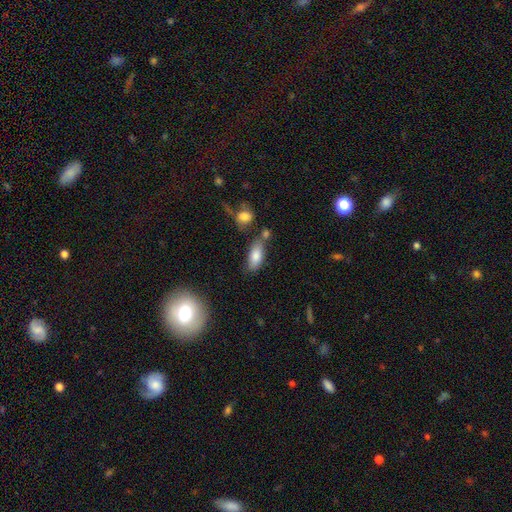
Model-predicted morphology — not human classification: Smooth or featured?
  - smooth: 82% *
  - featured or disk: 10%
  - star or artifact: 8%
How rounded?
  - in between: 85% *
  - cigar-shaped: 12%
  - round: 3%
Merging?
  - none: 63% *
  - minor disturbance: 17%
  - merger: 15%
  - major disturbance: 5%